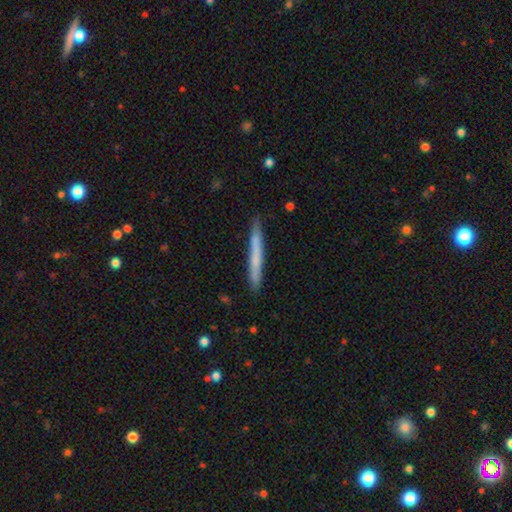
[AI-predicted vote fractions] Smooth or featured?
  - smooth: 61% *
  - featured or disk: 33%
  - star or artifact: 6%
How rounded?
  - cigar-shaped: 97% *
  - in between: 2%
  - round: 1%
Merging?
  - none: 89% *
  - minor disturbance: 8%
  - major disturbance: 1%
  - merger: 1%